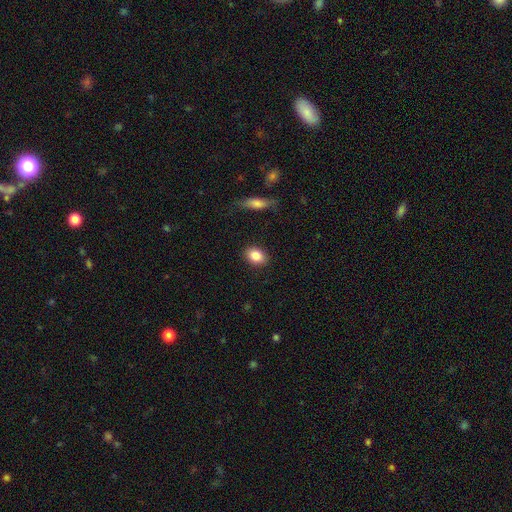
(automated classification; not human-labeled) Q: Smooth or featured?
A: smooth (84%); runner-up: star or artifact (8%)
Q: How rounded?
A: in between (69%); runner-up: round (29%)
Q: Merging?
A: none (88%); runner-up: minor disturbance (8%)